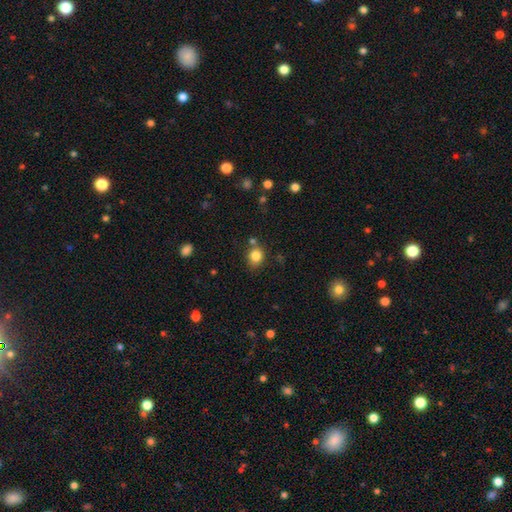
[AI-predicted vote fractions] Smooth or featured? smooth (83%)
How rounded? round (67%)
Merging? none (71%)